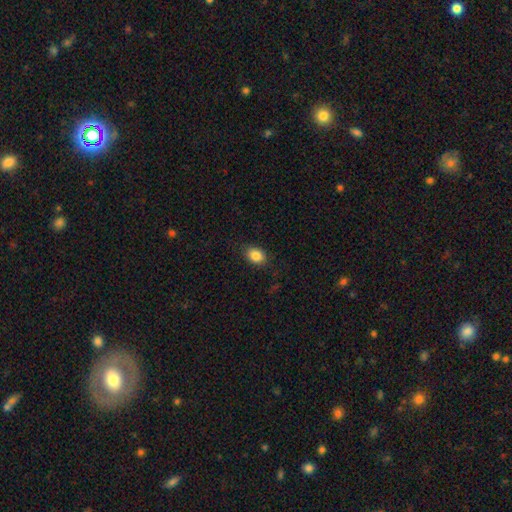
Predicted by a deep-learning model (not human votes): This is clearly a smooth galaxy (86%). How rounded: likely in between (70%). Merging: clearly none (85%).